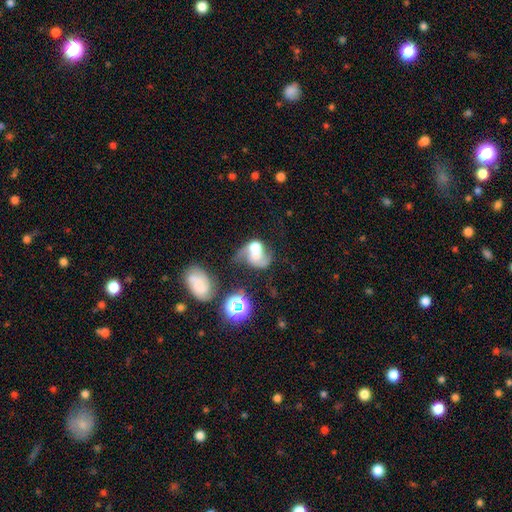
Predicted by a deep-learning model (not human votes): Smooth or featured? featured or disk (54%)
Edge-on disk? no (97%)
Bar? no (73%)
Spiral arms? yes (71%)
Bulge size? moderate (38%)
Merging? major disturbance (33%, tied with merger)